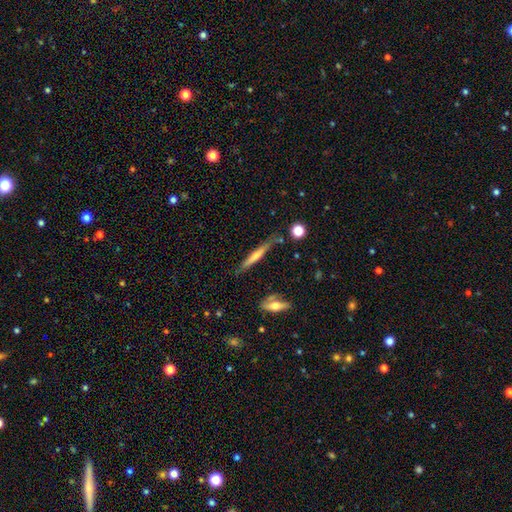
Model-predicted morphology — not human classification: smooth_or_featured: featured or disk (p=0.55) [alt: smooth p=0.37]
disk_edge_on: yes (p=0.95) [alt: no p=0.05]
edge_on_bulge: rounded (p=0.59) [alt: none p=0.32]
merging: none (p=0.79) [alt: minor disturbance p=0.14]